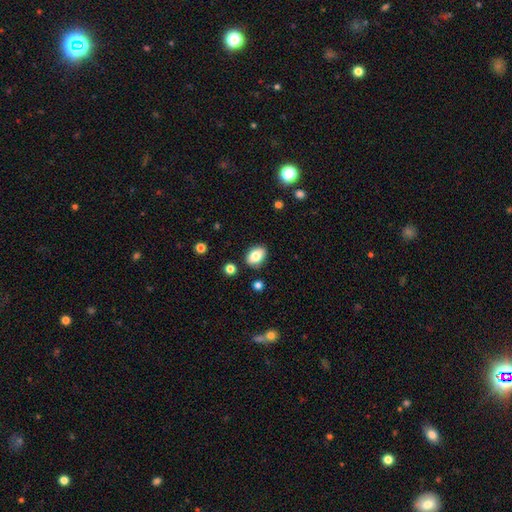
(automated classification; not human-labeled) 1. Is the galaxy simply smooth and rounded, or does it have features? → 82% smooth, 10% featured or disk, 9% star or artifact.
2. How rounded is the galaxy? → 83% in between, 16% round, 1% cigar-shaped.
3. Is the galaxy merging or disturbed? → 83% none, 11% minor disturbance, 3% merger, 2% major disturbance.